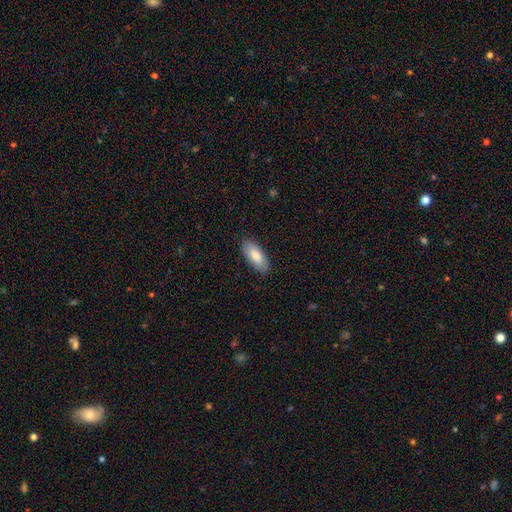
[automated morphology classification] Overall: smooth (84%). How rounded: in between (88%). Merging: none (87%).